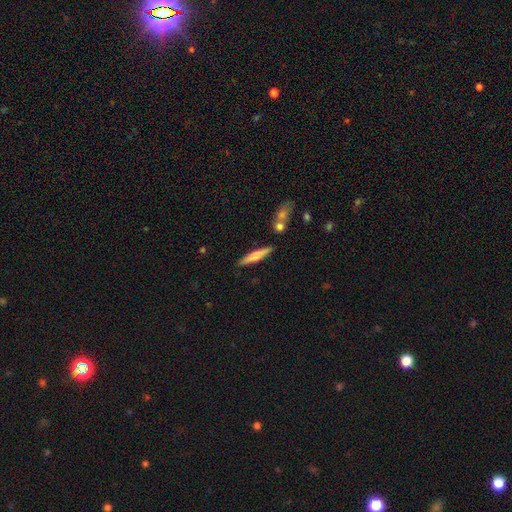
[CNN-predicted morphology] smooth-or-featured: smooth: 57% | featured or disk: 37% | star or artifact: 6%
  how-rounded: cigar-shaped: 88% | in between: 10% | round: 2%
  merging: none: 85% | minor disturbance: 9% | merger: 5% | major disturbance: 2%